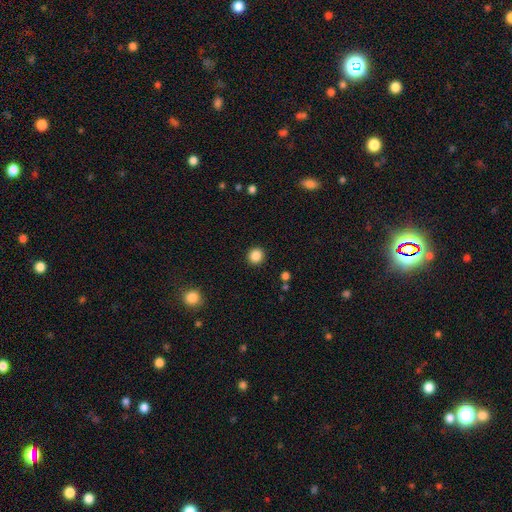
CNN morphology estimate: Overall: smooth (86%). How rounded: round (90%). Merging: none (92%).